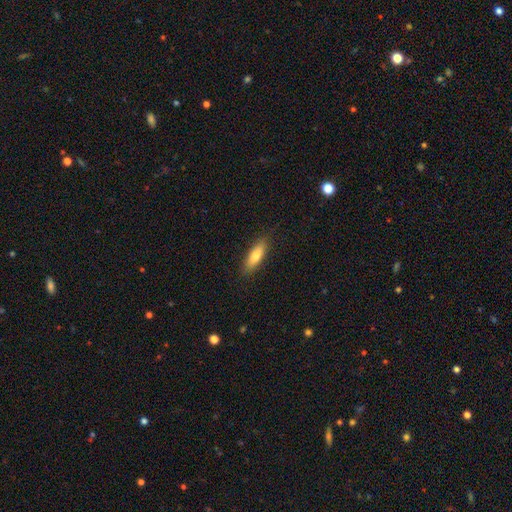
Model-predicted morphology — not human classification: A smooth galaxy with no disk features (77%) that is in between round and cigar-shaped (51%).

Vote fractions:
- Smooth or featured? smooth: 77% / featured or disk: 17% / star or artifact: 6%
- How rounded? in between: 51% / cigar-shaped: 47% / round: 2%
- Merging? none: 86% / minor disturbance: 11% / major disturbance: 2% / merger: 1%